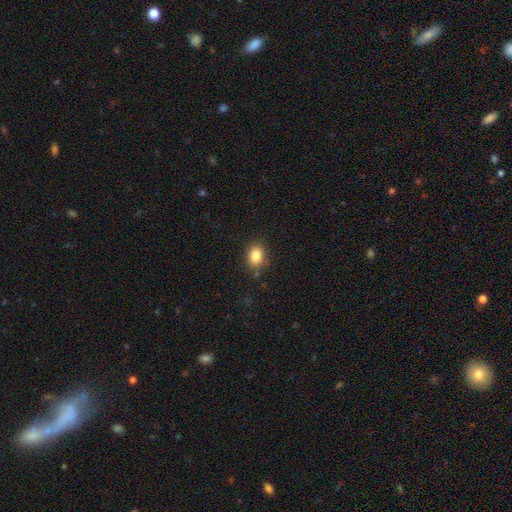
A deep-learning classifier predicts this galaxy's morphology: Smooth or featured? smooth (84%)
How rounded? in between (59%)
Merging? none (84%)